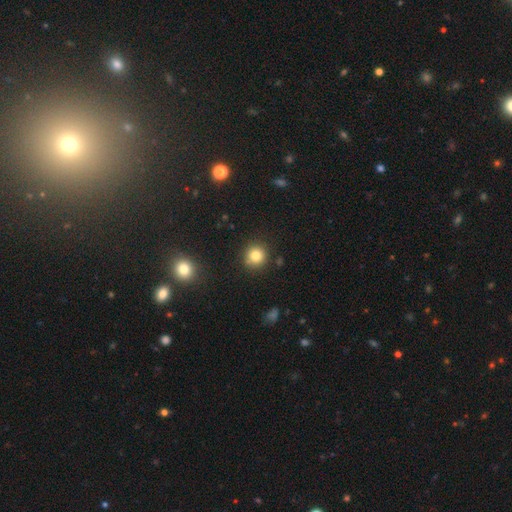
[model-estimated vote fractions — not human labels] smooth-or-featured: smooth: 82% | star or artifact: 12% | featured or disk: 6%
  how-rounded: round: 92% | in between: 7% | cigar-shaped: 1%
  merging: none: 88% | minor disturbance: 7% | major disturbance: 2% | merger: 2%